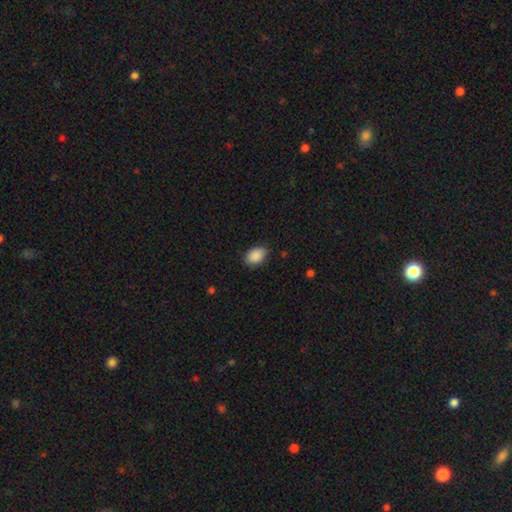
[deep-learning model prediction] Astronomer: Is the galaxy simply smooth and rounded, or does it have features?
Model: smooth — 90%.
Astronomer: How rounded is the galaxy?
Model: in between — 85%.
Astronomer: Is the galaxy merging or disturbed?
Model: none — 85%.